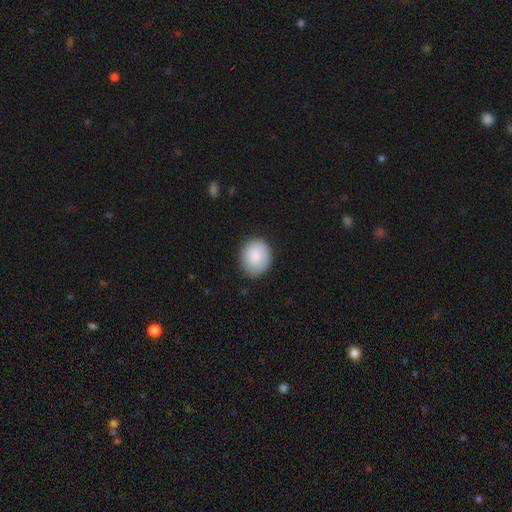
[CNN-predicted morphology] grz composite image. It shows a smooth galaxy with no disk features (87%) that is round (66%). Merging: none (84%).